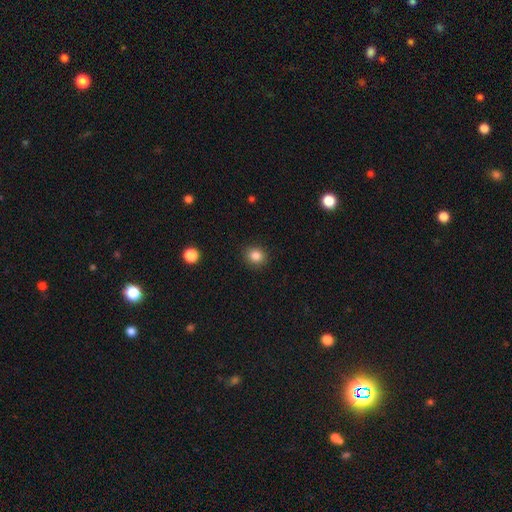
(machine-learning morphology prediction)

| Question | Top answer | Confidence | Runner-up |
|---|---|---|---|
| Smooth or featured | smooth | 85% | star or artifact (11%) |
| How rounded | round | 77% | in between (22%) |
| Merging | none | 90% | minor disturbance (7%) |